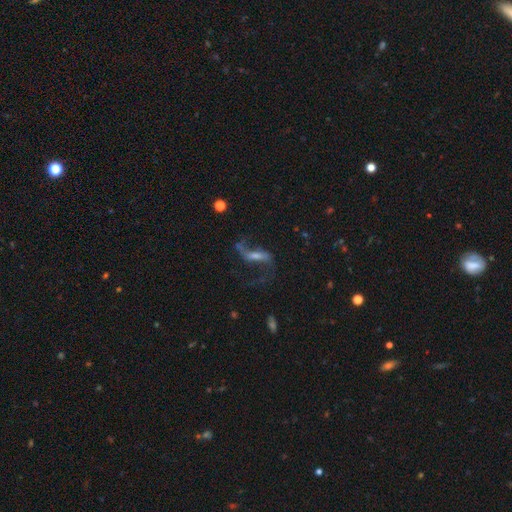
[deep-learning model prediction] featured or disk 78%, smooth 11%, star or artifact 10%. Down the decision tree: edge-on disk — no (86%); bar — strong (47%); spiral arms — yes (91%); spiral arm count — 2 (89%); spiral winding — loose (85%); bulge size — small (41%); merging — none (58%).